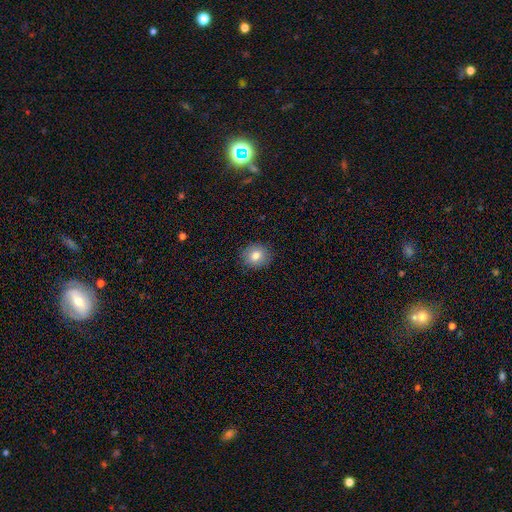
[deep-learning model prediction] smooth_or_featured: smooth (p=0.81) [alt: star or artifact p=0.10]
how_rounded: round (p=0.79) [alt: in between p=0.20]
merging: none (p=0.88) [alt: minor disturbance p=0.09]